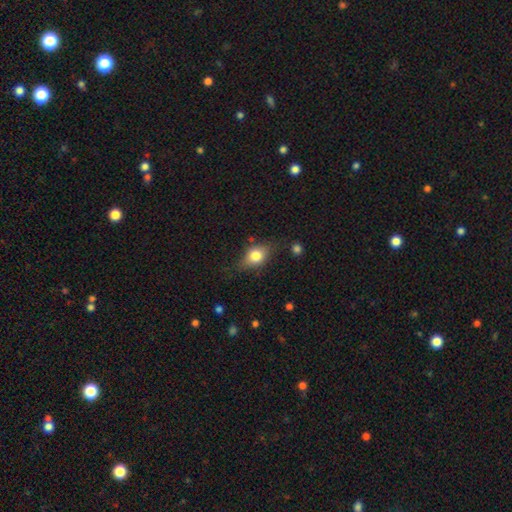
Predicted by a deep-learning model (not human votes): Morphology: type=smooth (73%); roundness=in between (66%); merging=none (67%).